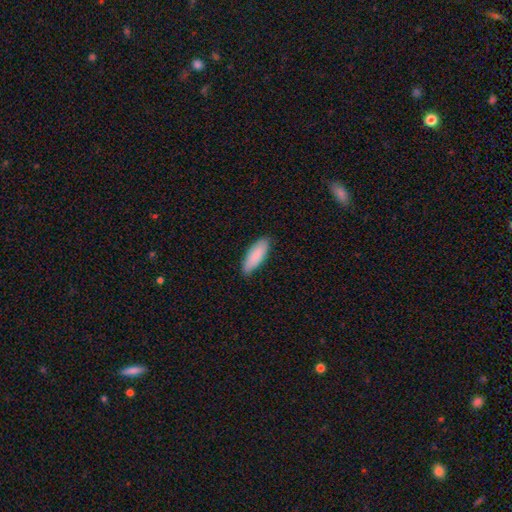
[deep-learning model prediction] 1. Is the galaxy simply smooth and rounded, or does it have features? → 87% smooth, 7% featured or disk, 5% star or artifact.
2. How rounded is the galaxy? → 65% in between, 34% cigar-shaped, 1% round.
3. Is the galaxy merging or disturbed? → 83% none, 14% minor disturbance, 2% major disturbance, 1% merger.